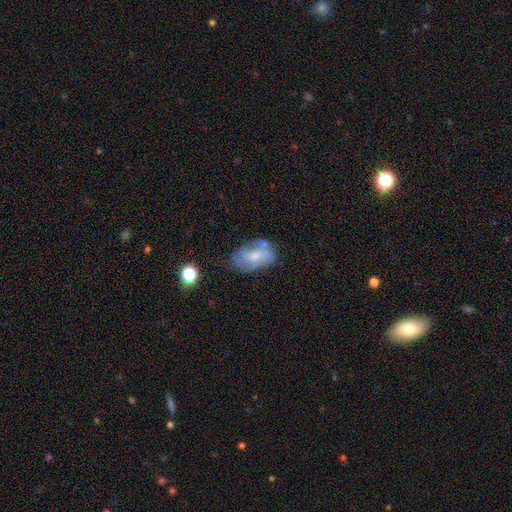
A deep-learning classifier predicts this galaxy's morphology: A smooth galaxy with no disk features (46%, tied with featured or disk).

Vote fractions:
- Smooth or featured? smooth: 46% (tied) / featured or disk: 46% (tied) / star or artifact: 8%
- Merging? none: 51% / minor disturbance: 27% / major disturbance: 11% / merger: 11%